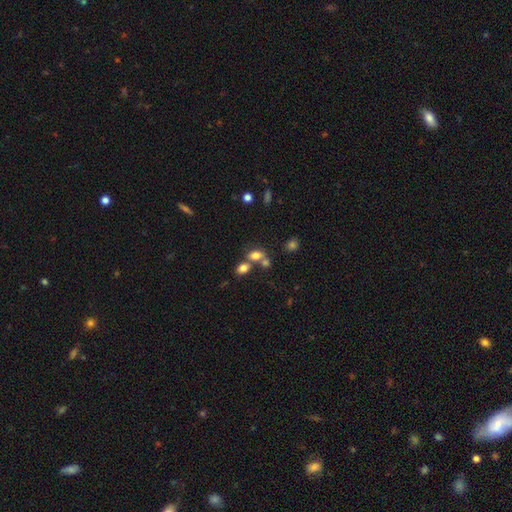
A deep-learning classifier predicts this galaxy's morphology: This appears to be a smooth galaxy with no disk features (75%) that is in between round and cigar-shaped (76%). Merging: none (42%).